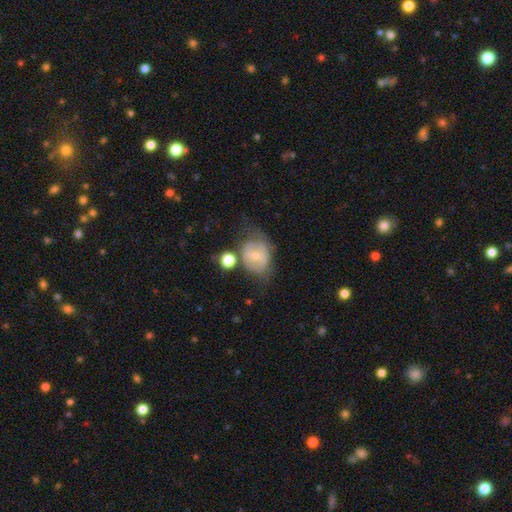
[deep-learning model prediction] smooth 47%, featured or disk 45%, star or artifact 9%. Down the decision tree: merging — none (38%).